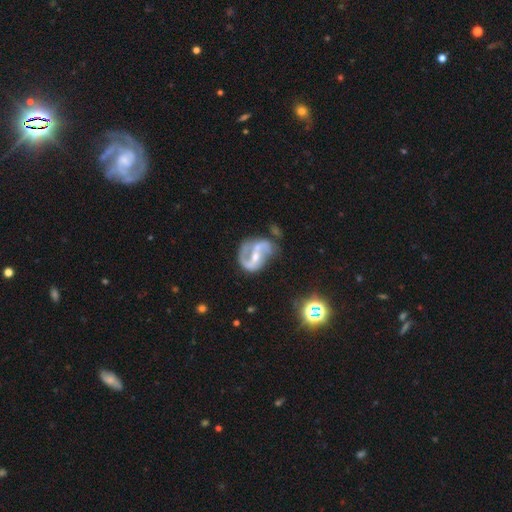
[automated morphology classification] This appears to be a featured or disk galaxy (87%) with a strong bar (43%), 2 (85%) medium (47%) spiral arms (92%) and a small central bulge (48%). Merging: none (53%).